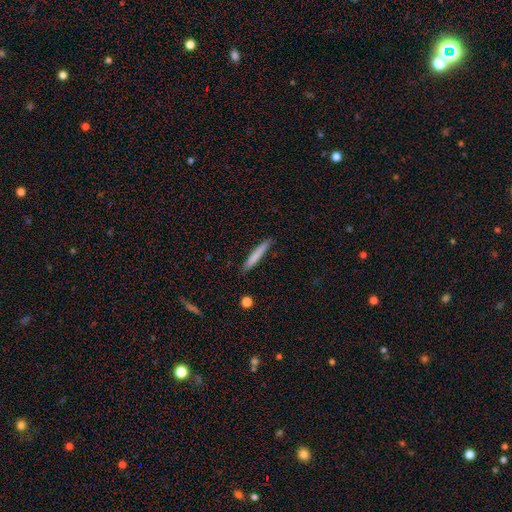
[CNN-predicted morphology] smooth_or_featured: smooth (p=0.75) [alt: featured or disk p=0.19]
how_rounded: cigar-shaped (p=0.95) [alt: in between p=0.04]
merging: none (p=0.86) [alt: minor disturbance p=0.11]